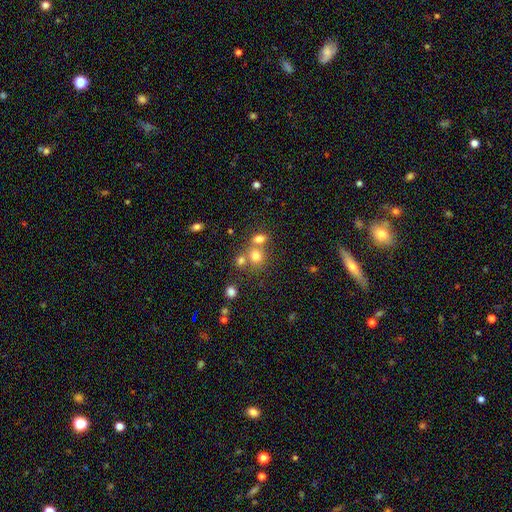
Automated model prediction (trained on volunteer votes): This is likely a smooth galaxy (72%). How rounded: likely round (73%). Merging: possibly none (45%).